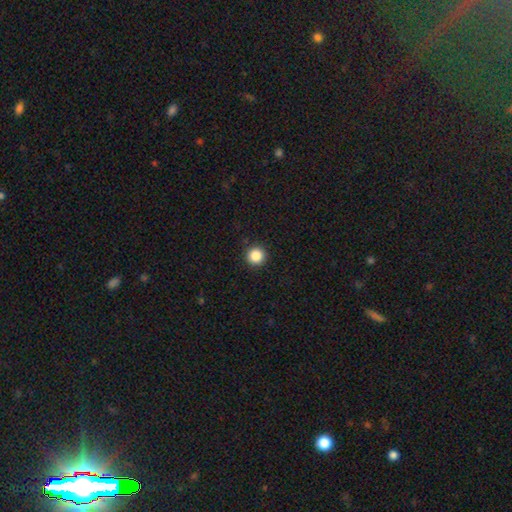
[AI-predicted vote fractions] Q: Smooth or featured?
A: smooth (87%); runner-up: star or artifact (10%)
Q: How rounded?
A: round (96%); runner-up: in between (3%)
Q: Merging?
A: none (93%); runner-up: minor disturbance (5%)